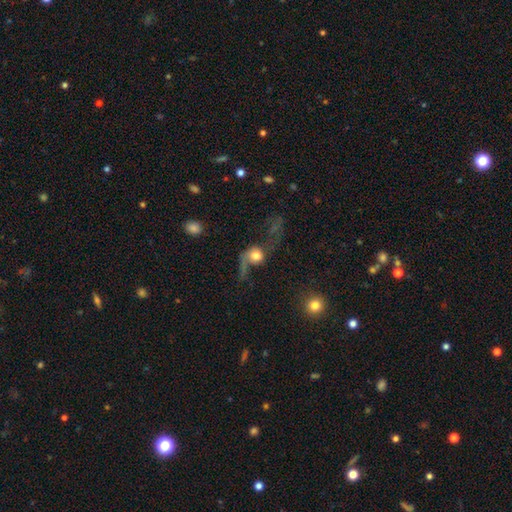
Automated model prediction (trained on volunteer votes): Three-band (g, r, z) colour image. It shows a smooth galaxy with no disk features (47%). Merging: major disturbance (51%).